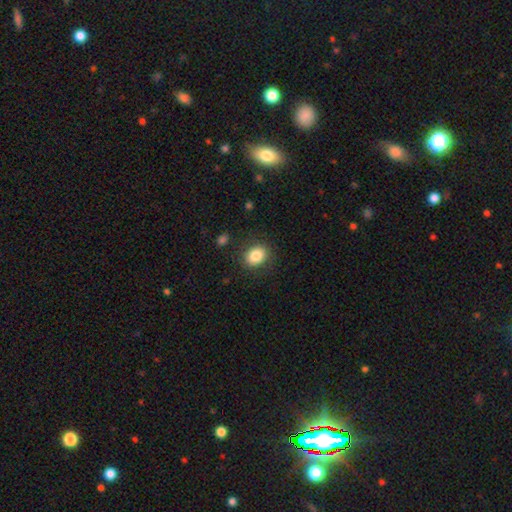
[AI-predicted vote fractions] A smooth galaxy with no disk features (84%) that is in between round and cigar-shaped (59%). Merging: none (84%).